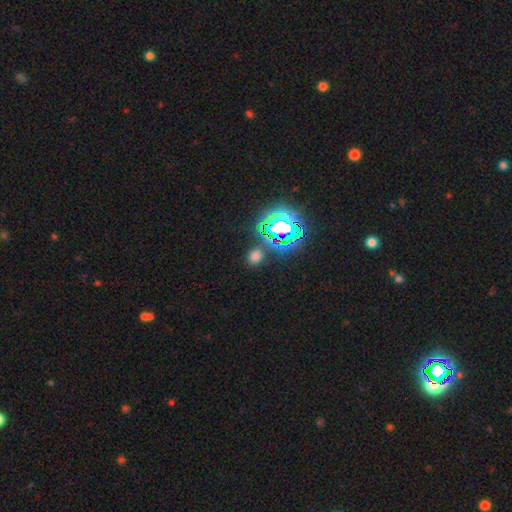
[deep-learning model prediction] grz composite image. It shows a smooth galaxy with no disk features (59%) that is round (67%). Merging: none (81%).